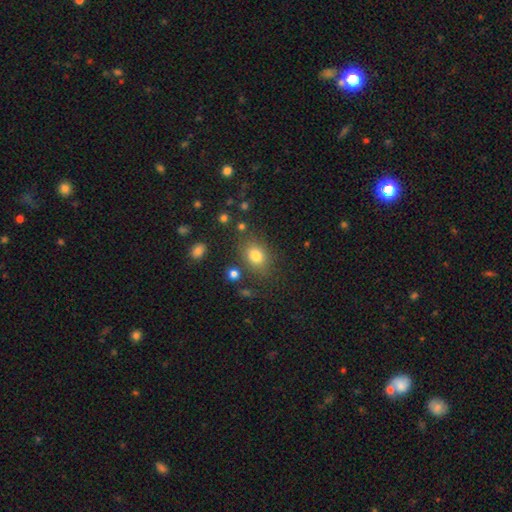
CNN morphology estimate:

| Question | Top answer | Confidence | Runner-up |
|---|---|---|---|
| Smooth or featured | smooth | 78% | star or artifact (13%) |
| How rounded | in between | 61% | round (38%) |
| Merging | none | 77% | minor disturbance (13%) |